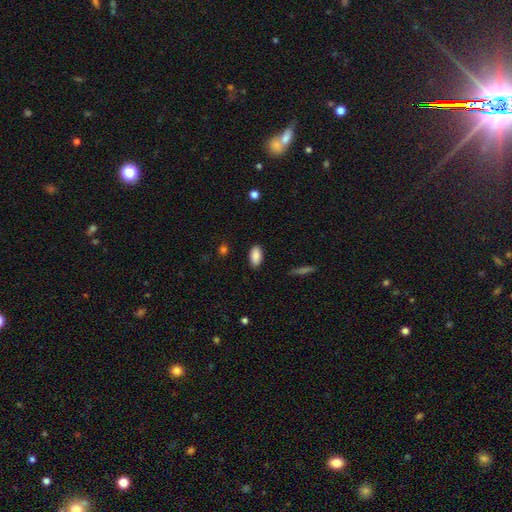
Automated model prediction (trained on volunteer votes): This is clearly a smooth galaxy (88%). How rounded: clearly in between (92%). Merging: clearly none (85%).